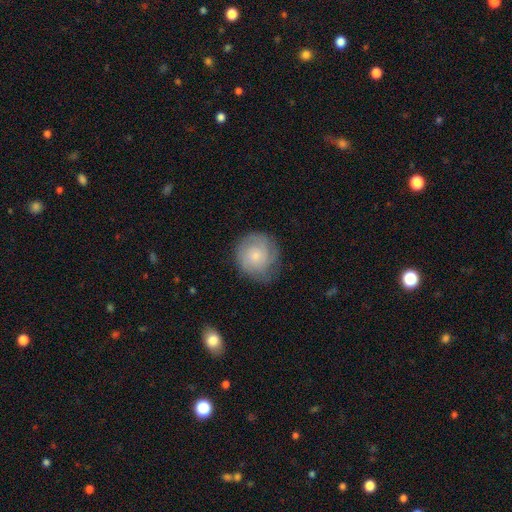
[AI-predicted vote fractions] Morphology: type=smooth (48%); merging=none (72%).